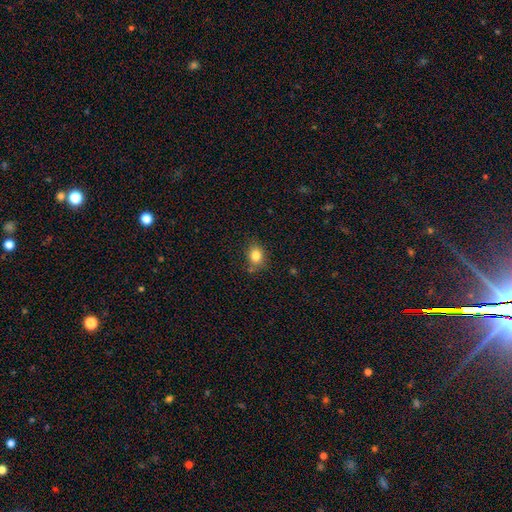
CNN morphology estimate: This appears to be a smooth galaxy with no disk features (83%) that is round (56%). Merging: none (75%).